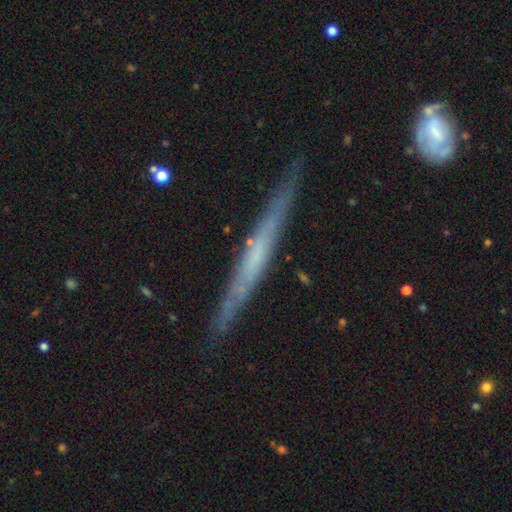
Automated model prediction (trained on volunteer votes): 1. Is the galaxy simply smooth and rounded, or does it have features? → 66% featured or disk, 27% smooth, 7% star or artifact.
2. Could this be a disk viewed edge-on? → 95% yes, 5% no.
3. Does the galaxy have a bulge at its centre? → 77% none, 14% rounded, 9% boxy.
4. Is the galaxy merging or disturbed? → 86% none, 11% minor disturbance, 2% major disturbance, 2% merger.